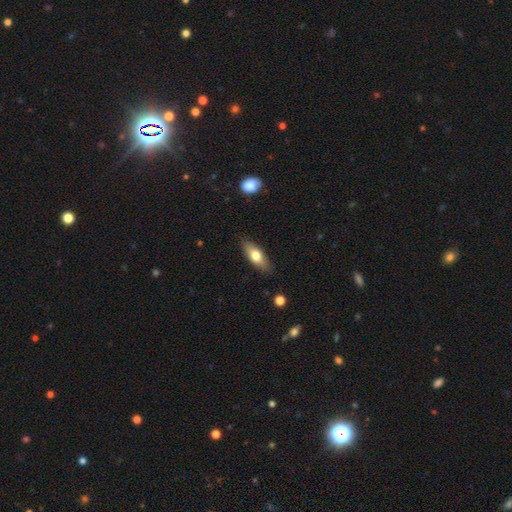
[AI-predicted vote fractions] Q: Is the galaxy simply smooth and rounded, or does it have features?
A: smooth — 68%.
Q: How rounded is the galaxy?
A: in between — 70%.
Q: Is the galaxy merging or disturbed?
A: none — 84%.